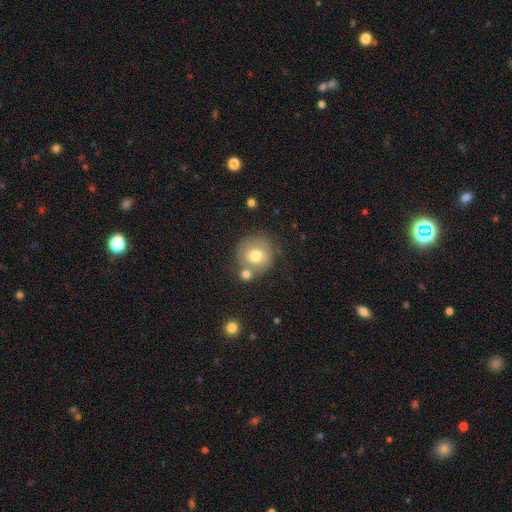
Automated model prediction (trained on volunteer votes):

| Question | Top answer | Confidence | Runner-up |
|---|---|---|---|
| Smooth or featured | smooth | 62% | featured or disk (30%) |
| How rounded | round | 90% | in between (9%) |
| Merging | none | 55% | merger (23%) |